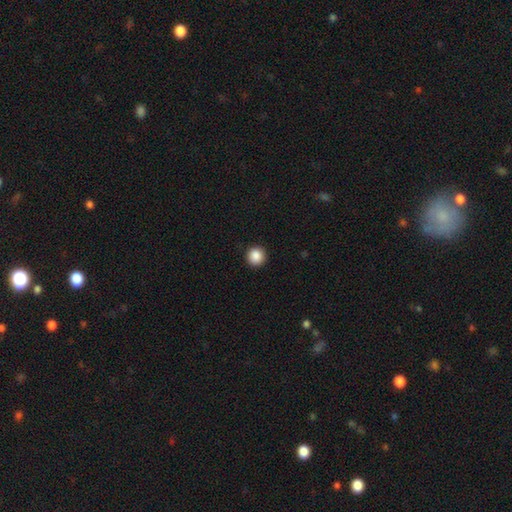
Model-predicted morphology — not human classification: A smooth galaxy with no disk features (88%) that is round (95%).

Vote fractions:
- Smooth or featured? smooth: 88% / star or artifact: 9% / featured or disk: 3%
- How rounded? round: 95% / in between: 4% / cigar-shaped: 1%
- Merging? none: 93% / minor disturbance: 5% / major disturbance: 2% / merger: 1%